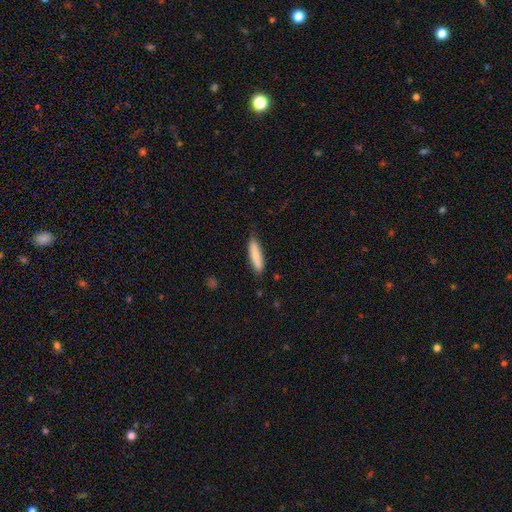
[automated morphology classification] type=smooth (82%); roundness=cigar-shaped (75%); merging=none (83%).